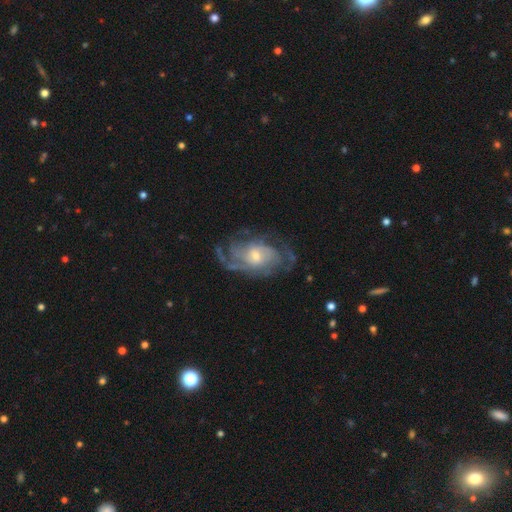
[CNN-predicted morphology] type=featured or disk (84%); edge-on=no (96%); bar=no (66%); spiral arms=yes (92%); winding=tight (44%); arm count=can't tell (36%); bulge=small (52%); merging=none (64%).